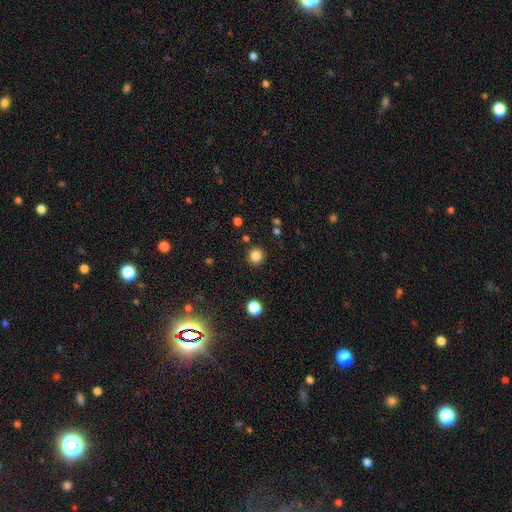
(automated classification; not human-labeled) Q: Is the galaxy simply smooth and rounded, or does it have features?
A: smooth — 84%.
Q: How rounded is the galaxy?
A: round — 93%.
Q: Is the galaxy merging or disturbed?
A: none — 90%.